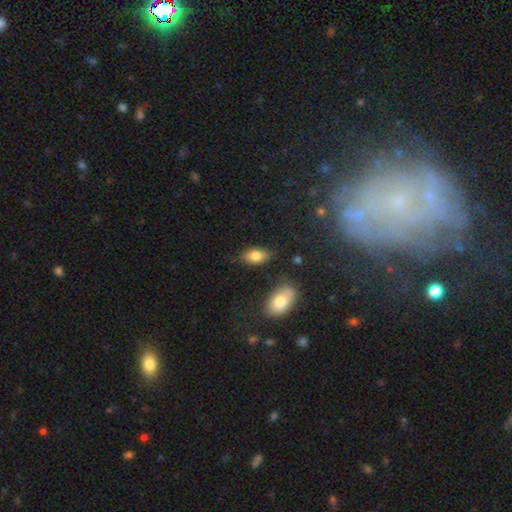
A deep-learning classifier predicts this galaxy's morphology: smooth-or-featured: smooth: 77% | featured or disk: 15% | star or artifact: 8%
  how-rounded: in between: 88% | round: 6% | cigar-shaped: 6%
  merging: none: 74% | minor disturbance: 18% | major disturbance: 4% | merger: 4%